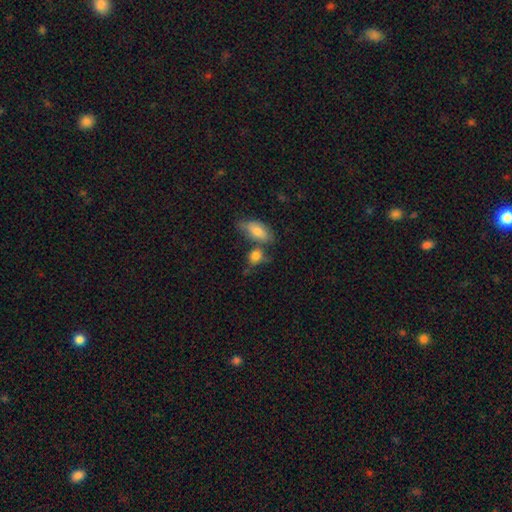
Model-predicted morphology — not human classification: smooth 80%, featured or disk 11%, star or artifact 9%. Down the decision tree: how rounded — in between (56%); merging — none (45%).